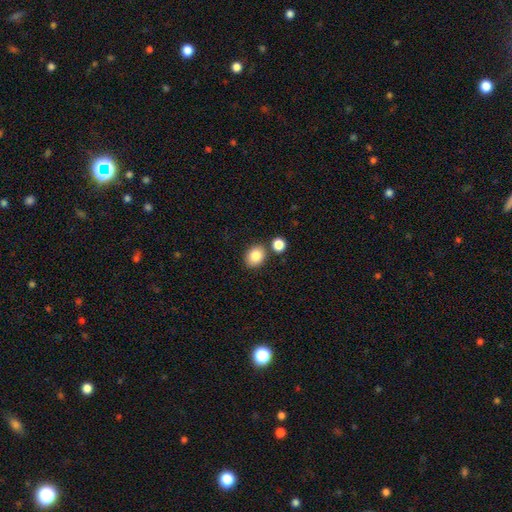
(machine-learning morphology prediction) A smooth galaxy with no disk features (86%) that is round (53%). Merging: none (77%).